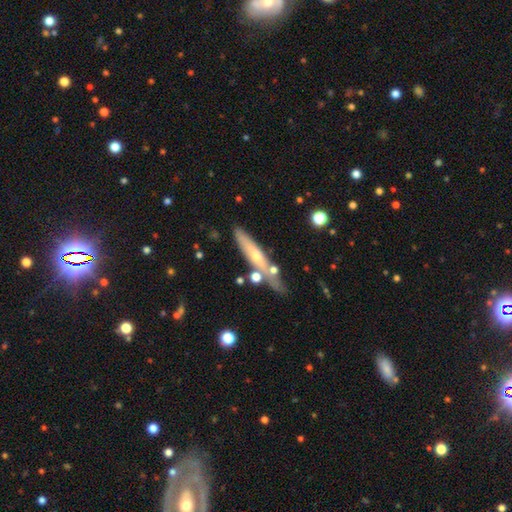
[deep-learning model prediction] A featured or disk galaxy (51%) viewed edge-on (82%). Merging: none (67%).